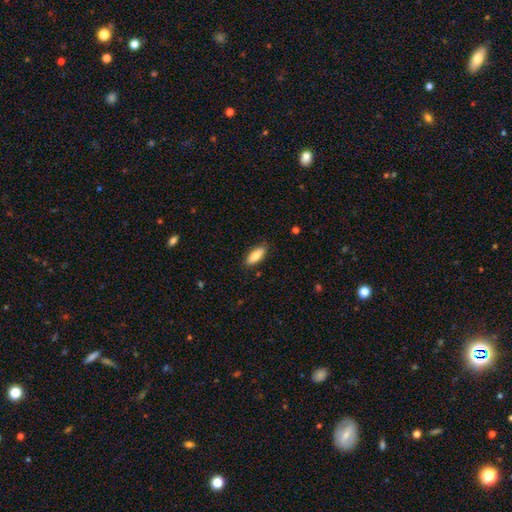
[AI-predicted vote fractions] Smooth or featured: smooth — 84% (featured or disk — 9%)
How rounded: in between — 75% (cigar-shaped — 23%)
Merging: none — 85% (minor disturbance — 12%)